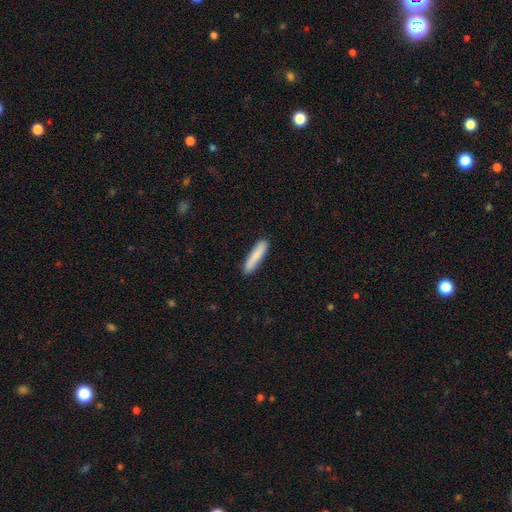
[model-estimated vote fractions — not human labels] Morphology: type=smooth (84%); roundness=cigar-shaped (86%); merging=none (88%).